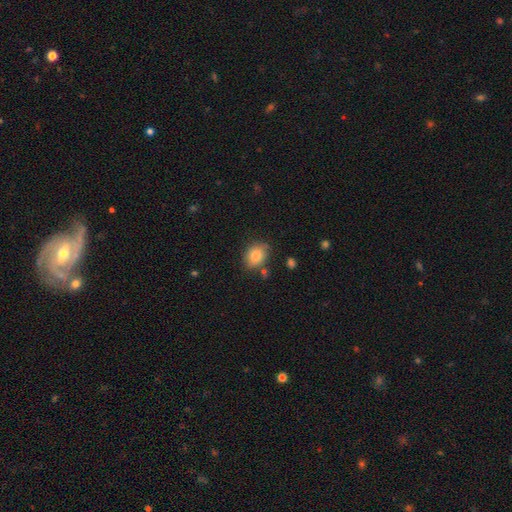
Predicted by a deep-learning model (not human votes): Overall: smooth (83%). How rounded: in between (59%; round 40%). Merging: none (75%).